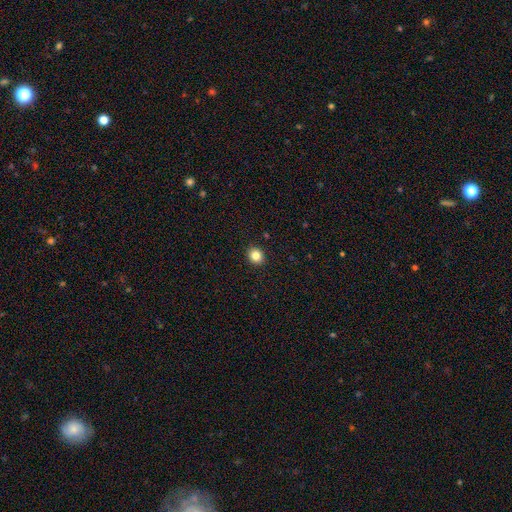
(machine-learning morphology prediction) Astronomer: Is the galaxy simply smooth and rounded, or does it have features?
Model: smooth — 84%.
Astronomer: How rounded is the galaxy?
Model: round — 78%.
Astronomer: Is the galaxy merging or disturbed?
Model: none — 92%.